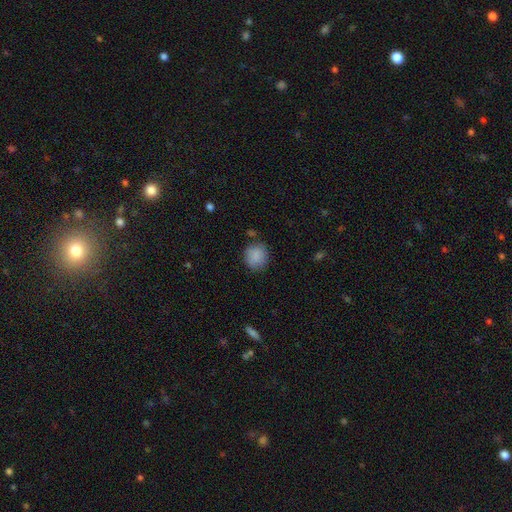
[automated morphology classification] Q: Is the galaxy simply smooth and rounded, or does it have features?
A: smooth — 87%.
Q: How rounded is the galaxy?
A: round — 83%.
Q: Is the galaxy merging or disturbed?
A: none — 80%.